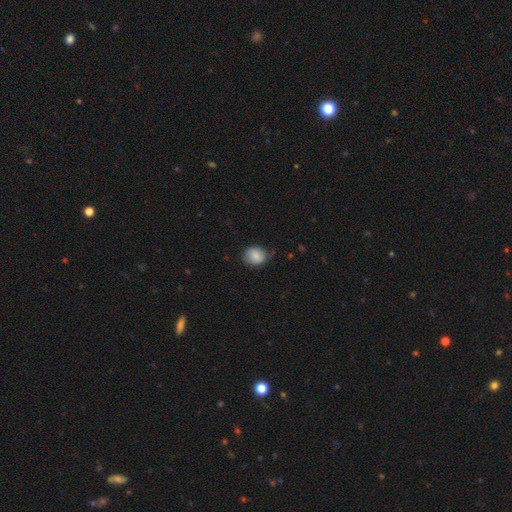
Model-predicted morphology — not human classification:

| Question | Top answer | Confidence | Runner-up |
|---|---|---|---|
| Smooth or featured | smooth | 83% | featured or disk (9%) |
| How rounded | round | 56% | in between (43%) |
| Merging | none | 70% | minor disturbance (24%) |